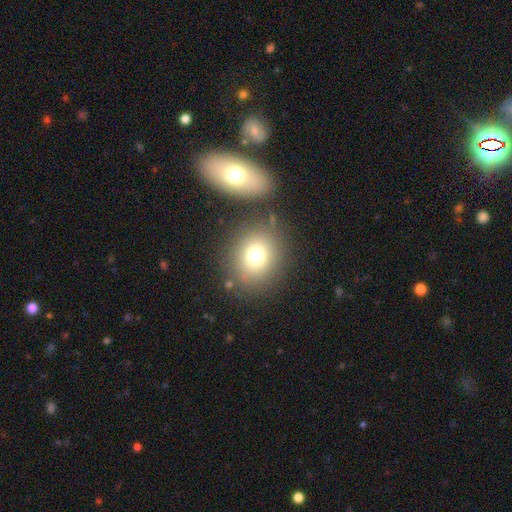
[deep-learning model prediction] Smooth or featured? smooth (73%)
How rounded? round (79%)
Merging? none (78%)